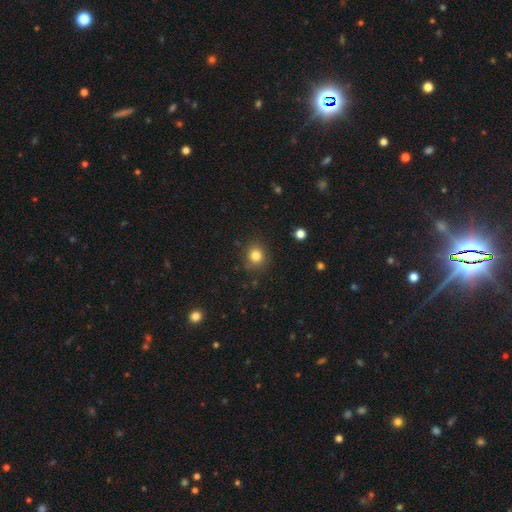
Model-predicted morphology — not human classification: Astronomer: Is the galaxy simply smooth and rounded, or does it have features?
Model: smooth — 82%.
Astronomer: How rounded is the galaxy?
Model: round — 83%.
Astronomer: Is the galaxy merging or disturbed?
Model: none — 87%.